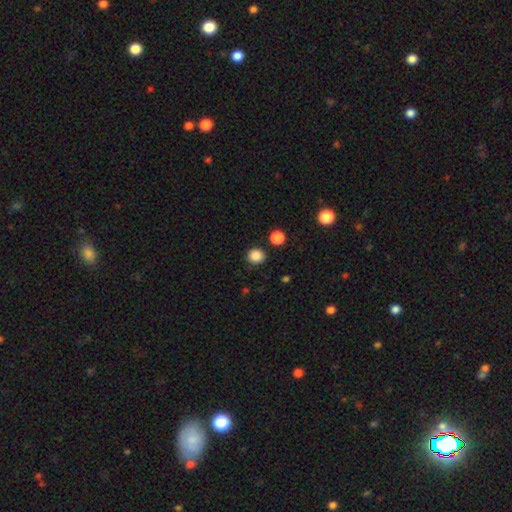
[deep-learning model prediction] Smooth or featured? smooth (87%)
How rounded? round (88%)
Merging? none (88%)